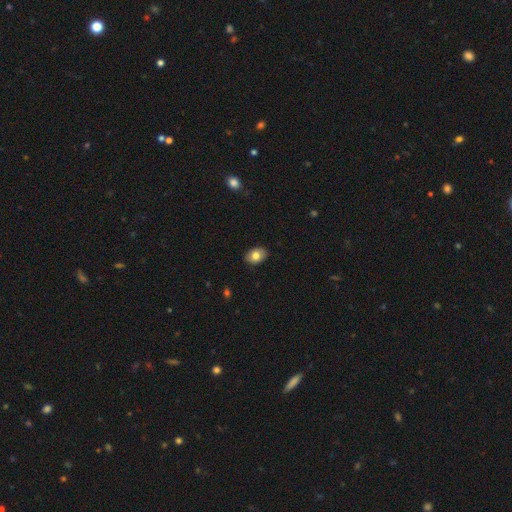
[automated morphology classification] A smooth galaxy with no disk features (81%) that is in between round and cigar-shaped (78%).

Vote fractions:
- Smooth or featured? smooth: 81% / featured or disk: 11% / star or artifact: 8%
- How rounded? in between: 78% / round: 21% / cigar-shaped: 1%
- Merging? none: 88% / minor disturbance: 9% / major disturbance: 2% / merger: 1%